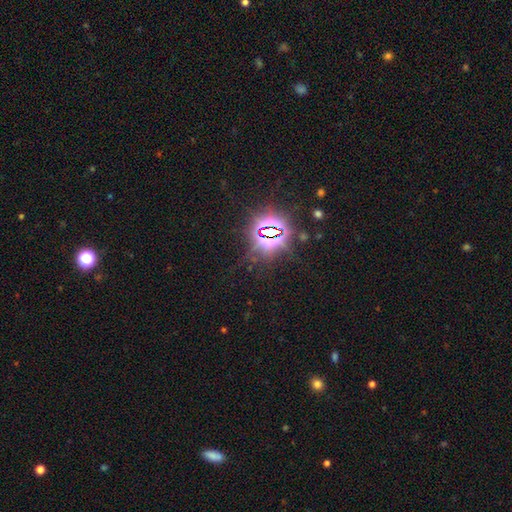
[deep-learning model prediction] Smooth or featured? star or artifact (84%)